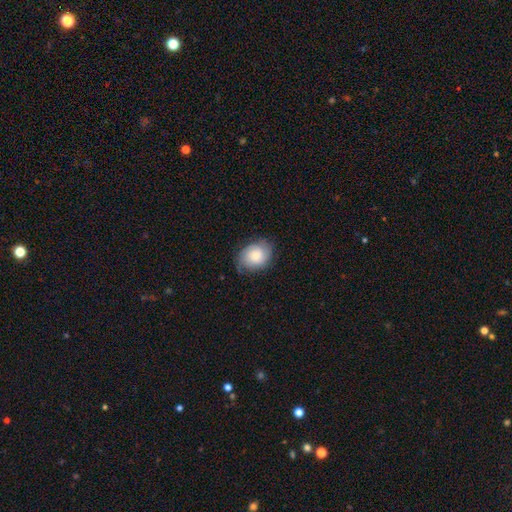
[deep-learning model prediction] smooth-or-featured: smooth: 63% | featured or disk: 30% | star or artifact: 7%
  how-rounded: in between: 61% | round: 38% | cigar-shaped: 1%
  merging: none: 69% | minor disturbance: 24% | major disturbance: 6% | merger: 1%